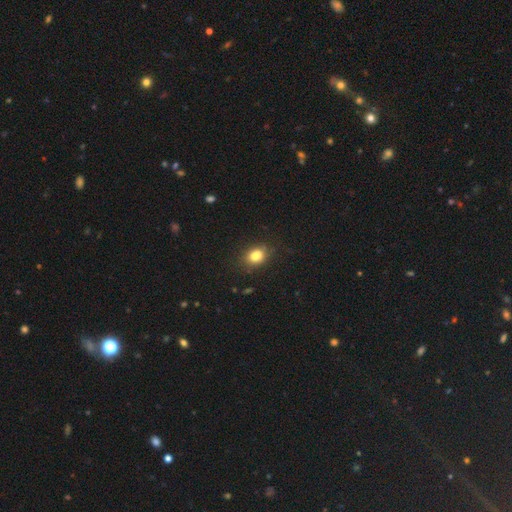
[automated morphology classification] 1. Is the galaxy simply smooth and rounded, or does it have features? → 79% smooth, 11% star or artifact, 9% featured or disk.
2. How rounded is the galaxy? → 62% in between, 36% round, 1% cigar-shaped.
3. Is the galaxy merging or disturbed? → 65% none, 17% minor disturbance, 12% merger, 5% major disturbance.